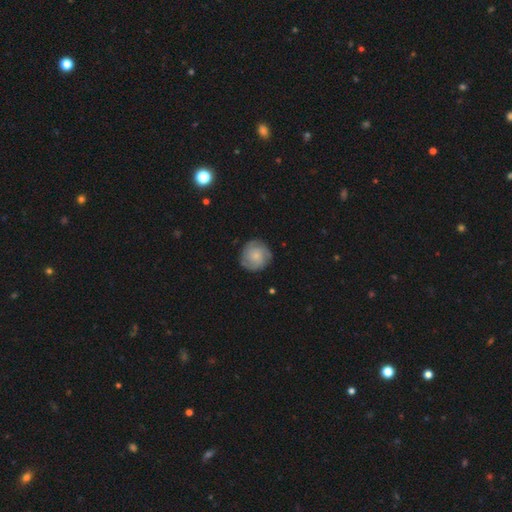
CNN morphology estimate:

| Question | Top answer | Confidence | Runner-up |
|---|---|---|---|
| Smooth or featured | featured or disk | 48% | smooth (45%) |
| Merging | none | 82% | minor disturbance (13%) |